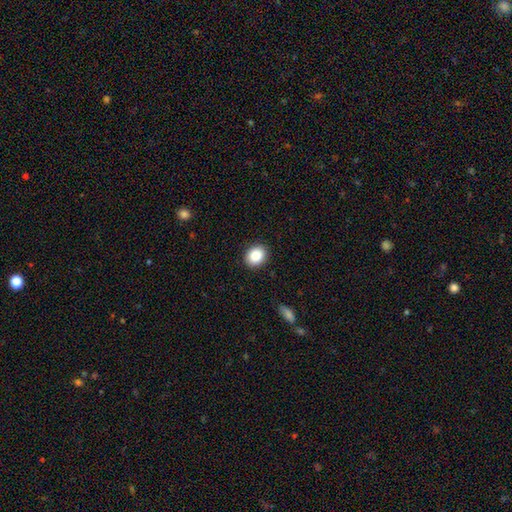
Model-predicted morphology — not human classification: type=smooth (87%); roundness=round (56%); merging=none (90%).